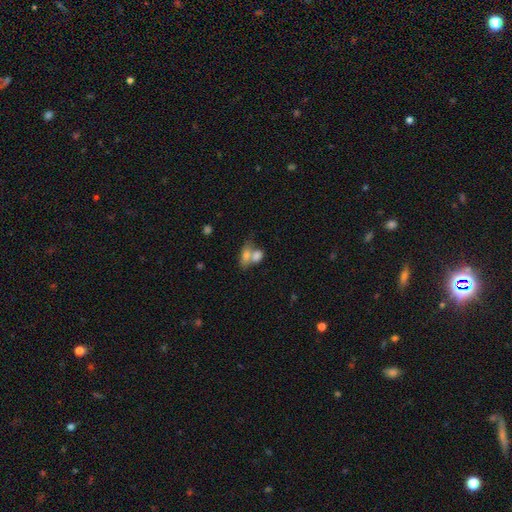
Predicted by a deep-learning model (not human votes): smooth_or_featured: smooth (p=0.75) [alt: featured or disk p=0.16]
how_rounded: in between (p=0.77) [alt: round p=0.17]
merging: merger (p=0.61) [alt: none p=0.24]